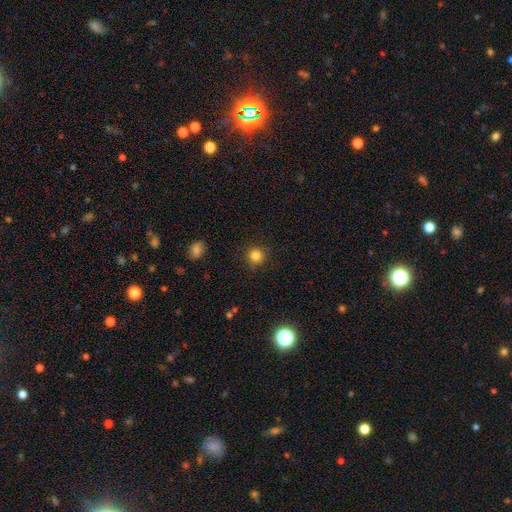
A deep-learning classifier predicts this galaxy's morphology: The model was most divided on "smooth or featured": smooth: 82%, star or artifact: 13%, featured or disk: 5%. More confident: how rounded — round (93%); merging — none (87%).